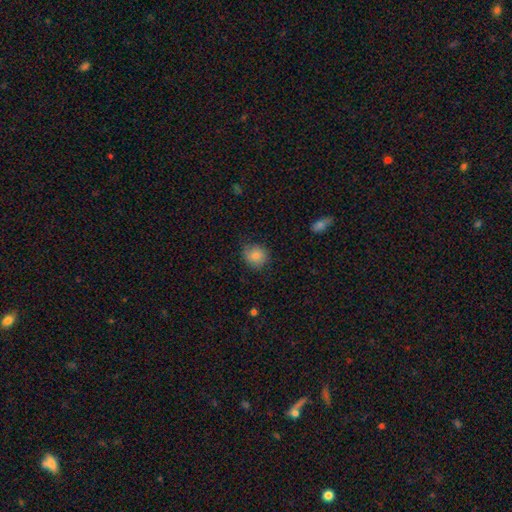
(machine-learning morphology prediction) smooth 83%, star or artifact 9%, featured or disk 8%. Down the decision tree: how rounded — round (79%); merging — none (77%).